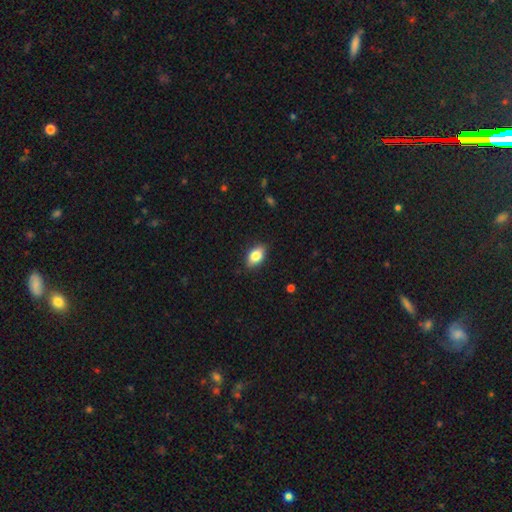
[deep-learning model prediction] smooth 81%, featured or disk 11%, star or artifact 8%. Down the decision tree: how rounded — in between (88%); merging — none (86%).